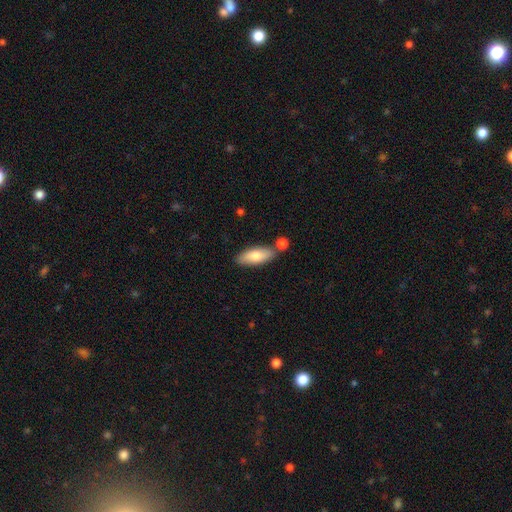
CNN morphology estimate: A smooth galaxy with no disk features (76%) that is in between round and cigar-shaped (70%). Merging: none (72%).